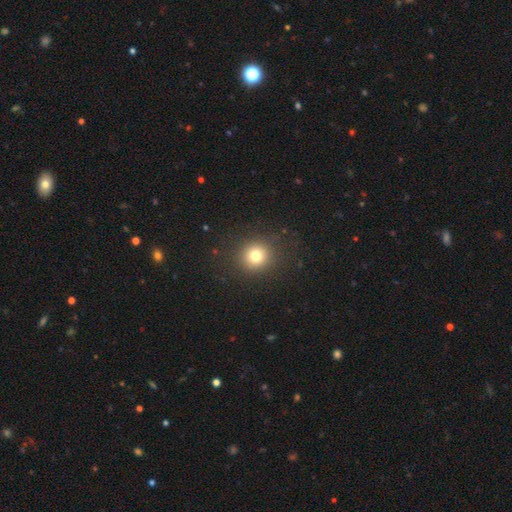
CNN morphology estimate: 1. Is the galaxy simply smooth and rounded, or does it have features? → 76% smooth, 15% star or artifact, 9% featured or disk.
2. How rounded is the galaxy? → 91% round, 8% in between, 1% cigar-shaped.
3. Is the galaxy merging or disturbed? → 88% none, 7% minor disturbance, 4% major disturbance, 1% merger.